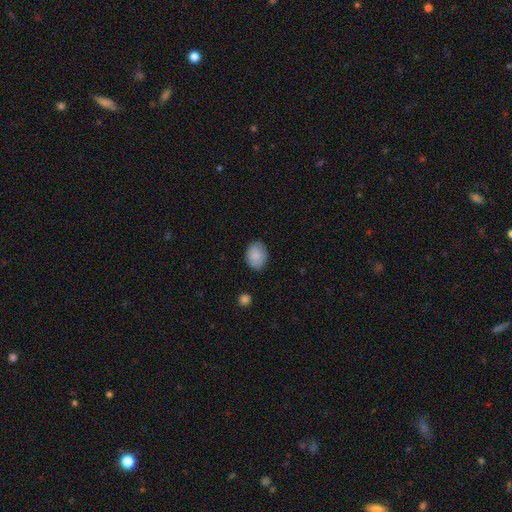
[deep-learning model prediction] A smooth galaxy with no disk features (87%) that is in between round and cigar-shaped (69%).

Vote fractions:
- Smooth or featured? smooth: 87% / star or artifact: 7% / featured or disk: 6%
- How rounded? in between: 69% / round: 30% / cigar-shaped: 1%
- Merging? none: 82% / minor disturbance: 14% / major disturbance: 3% / merger: 1%